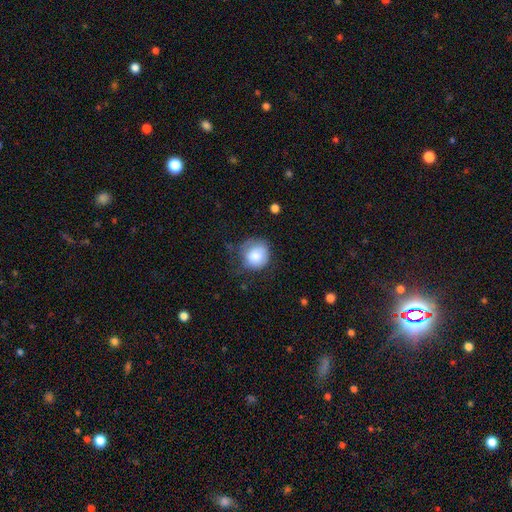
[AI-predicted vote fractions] This appears to be a smooth galaxy with no disk features (80%) that is round (84%). Merging: none (50%).